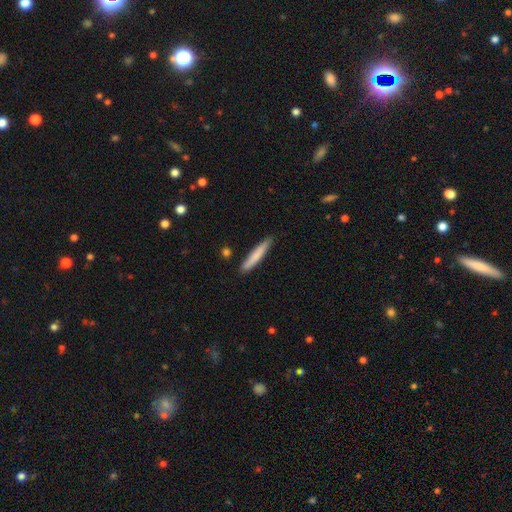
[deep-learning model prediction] A smooth galaxy with no disk features (75%) that is cigar-shaped (93%).

Vote fractions:
- Smooth or featured? smooth: 75% / featured or disk: 19% / star or artifact: 5%
- How rounded? cigar-shaped: 93% / in between: 5% / round: 1%
- Merging? none: 85% / minor disturbance: 11% / merger: 2% / major disturbance: 2%